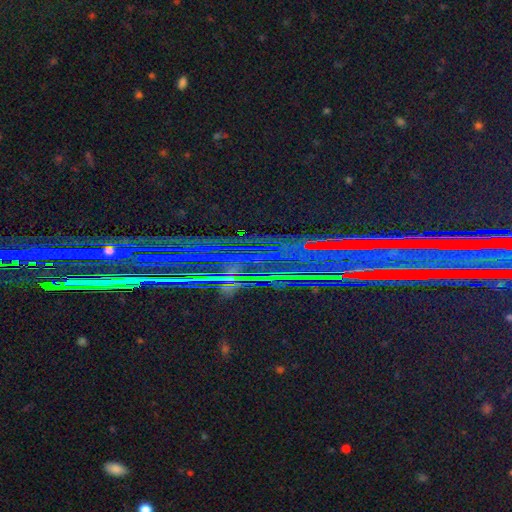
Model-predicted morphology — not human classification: Smooth or featured: star or artifact — 89% (featured or disk — 6%)